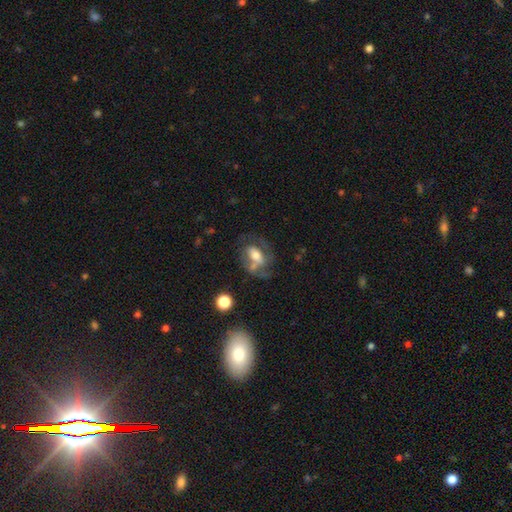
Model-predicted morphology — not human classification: smooth-or-featured: featured or disk: 53% | smooth: 39% | star or artifact: 8%
  disk-edge-on: no: 93% | yes: 7%
  merging: none: 41% | major disturbance: 22% | minor disturbance: 21% | merger: 15%